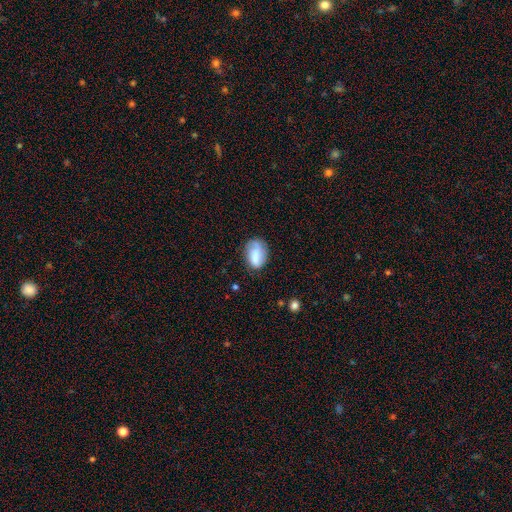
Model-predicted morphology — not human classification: This is likely a smooth galaxy (71%). How rounded: clearly in between (84%). Merging: likely none (61%).